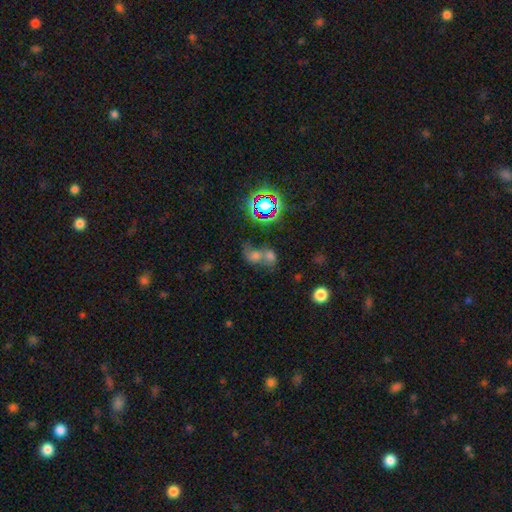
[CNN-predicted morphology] A smooth galaxy with no disk features (54%) that is in between round and cigar-shaped (55%).

Vote fractions:
- Smooth or featured? smooth: 54% / star or artifact: 28% / featured or disk: 18%
- How rounded? in between: 55% / round: 43% / cigar-shaped: 3%
- Merging? merger: 67% / none: 21% / minor disturbance: 7% / major disturbance: 6%